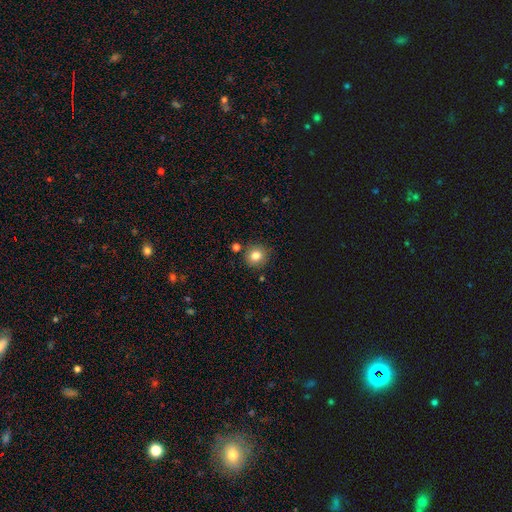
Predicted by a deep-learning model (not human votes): Smooth or featured? smooth (82%)
How rounded? round (92%)
Merging? none (84%)